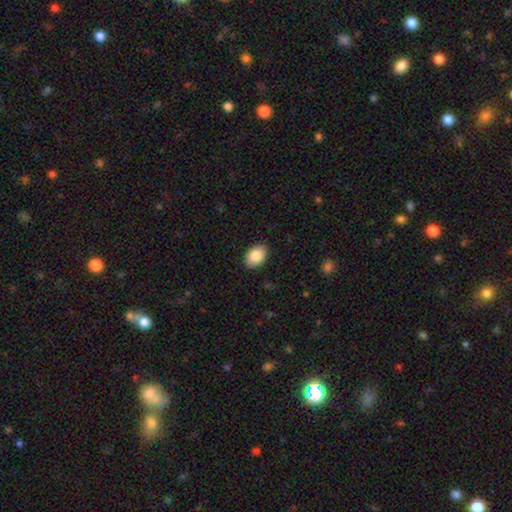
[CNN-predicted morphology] Smooth or featured?
  - smooth: 86% *
  - featured or disk: 7%
  - star or artifact: 7%
How rounded?
  - in between: 84% *
  - round: 15%
  - cigar-shaped: 1%
Merging?
  - none: 89% *
  - minor disturbance: 8%
  - major disturbance: 2%
  - merger: 1%